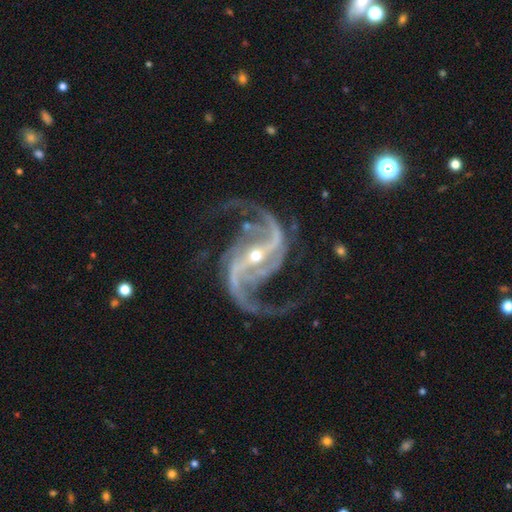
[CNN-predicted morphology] This appears to be a featured or disk galaxy (94%) with a strong bar (68%), 2 (89%) loose (49%) spiral arms (99%) and a small central bulge (65%). Merging: none (75%).